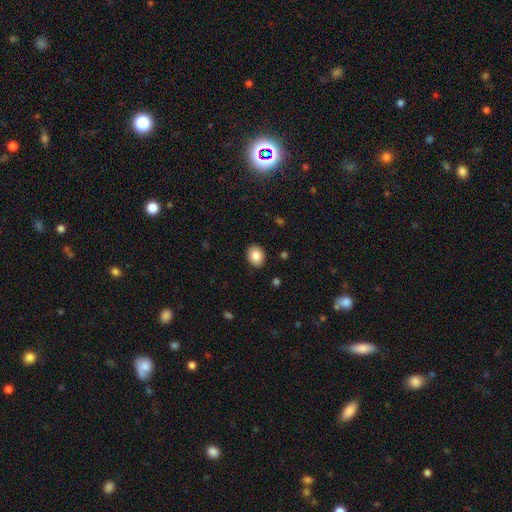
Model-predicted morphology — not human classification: This is clearly a smooth galaxy (86%). How rounded: possibly in between (53%). Merging: clearly none (89%).